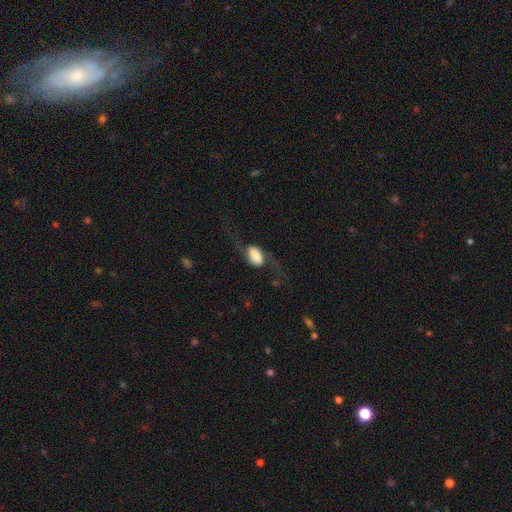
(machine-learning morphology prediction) A featured or disk galaxy (54%). Merging: none (51%).